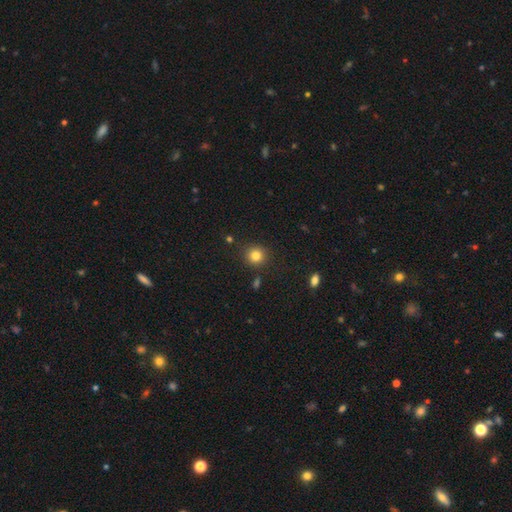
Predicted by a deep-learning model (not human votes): A smooth galaxy with no disk features (82%) that is round (88%).

Vote fractions:
- Smooth or featured? smooth: 82% / star or artifact: 12% / featured or disk: 6%
- How rounded? round: 88% / in between: 11% / cigar-shaped: 1%
- Merging? none: 87% / minor disturbance: 8% / merger: 3% / major disturbance: 3%